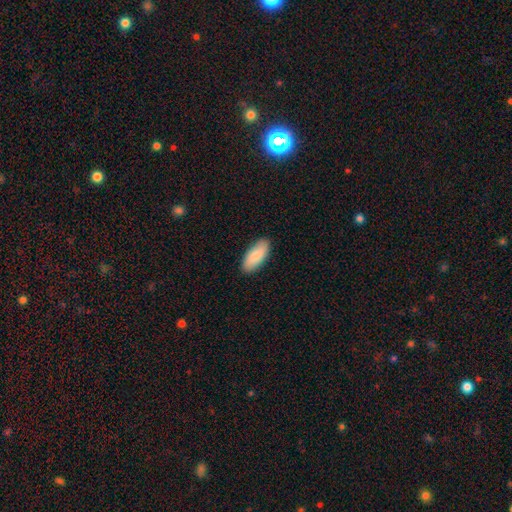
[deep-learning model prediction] smooth 85%, featured or disk 10%, star or artifact 5%. Down the decision tree: how rounded — in between (86%); merging — none (89%).